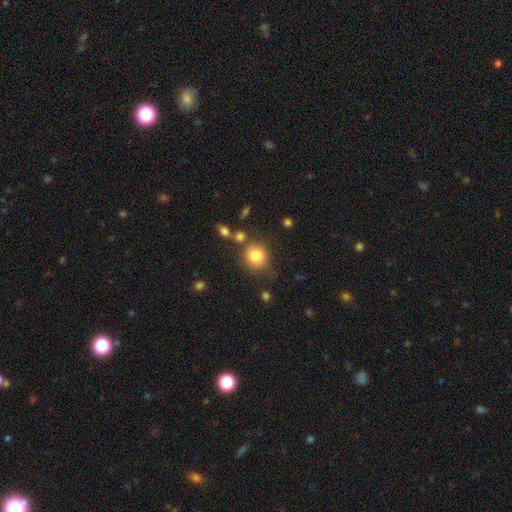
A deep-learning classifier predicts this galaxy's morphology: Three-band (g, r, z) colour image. It shows a smooth galaxy with no disk features (83%) that is round (86%). Merging: none (73%).